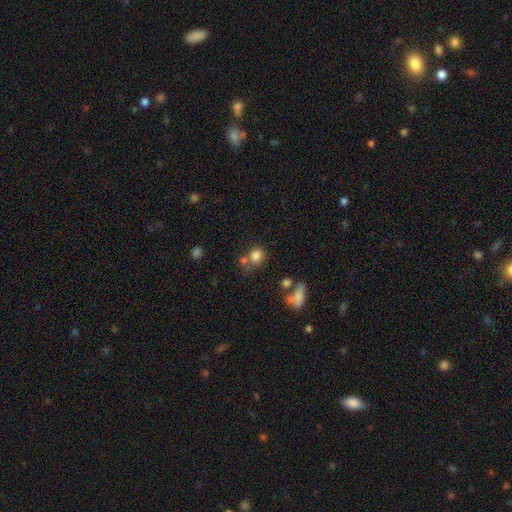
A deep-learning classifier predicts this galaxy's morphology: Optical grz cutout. It shows a smooth galaxy with no disk features (80%) that is round (70%). Merging: none (52%).